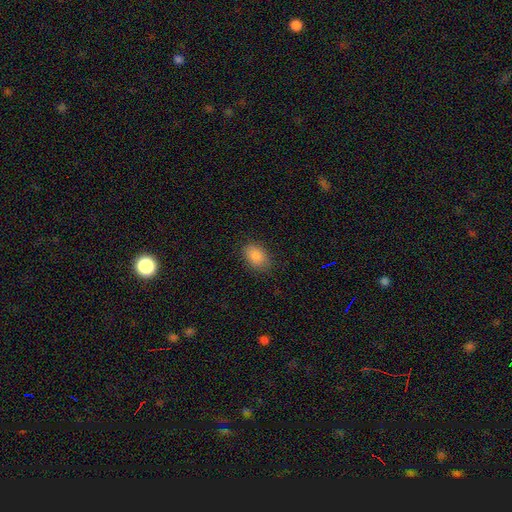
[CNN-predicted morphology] type=smooth (88%); roundness=in between (83%); merging=none (83%).